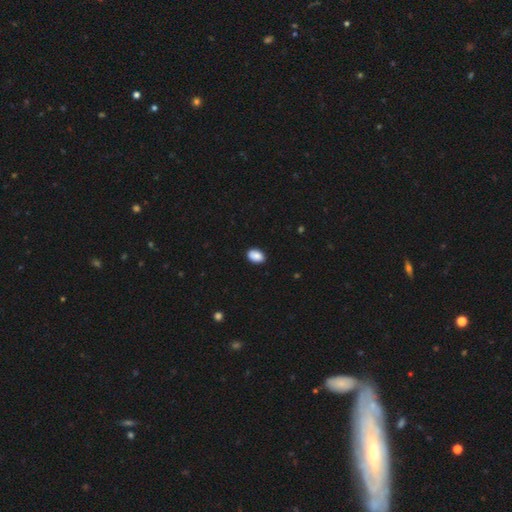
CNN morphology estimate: smooth-or-featured: smooth: 89% | star or artifact: 7% | featured or disk: 4%
  how-rounded: in between: 87% | round: 12% | cigar-shaped: 1%
  merging: none: 87% | minor disturbance: 10% | major disturbance: 2% | merger: 1%